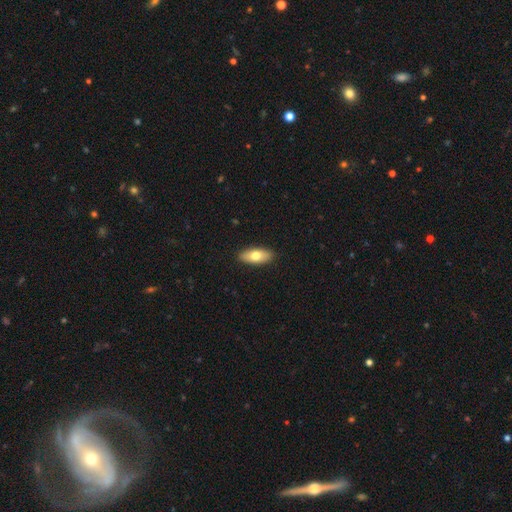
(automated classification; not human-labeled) smooth 72%, featured or disk 22%, star or artifact 6%. Down the decision tree: how rounded — in between (83%); merging — none (90%).